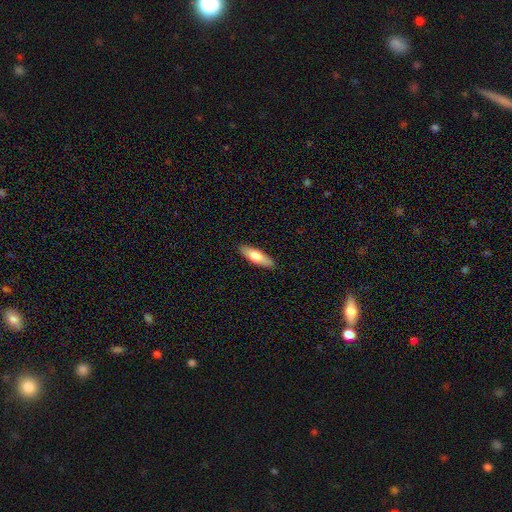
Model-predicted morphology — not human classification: A smooth galaxy with no disk features (63%) that is cigar-shaped (52%). Merging: none (89%).